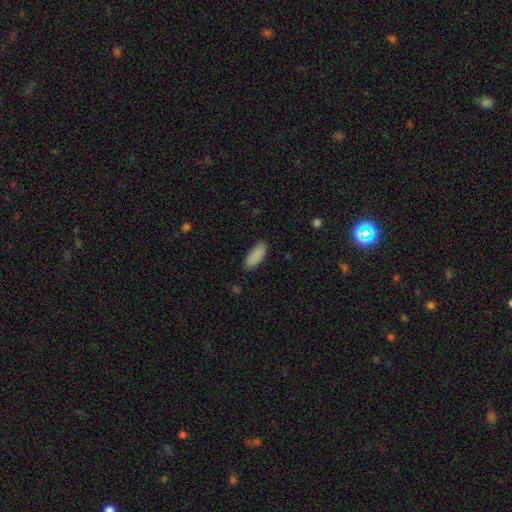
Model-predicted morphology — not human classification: smooth_or_featured: smooth (p=0.89) [alt: star or artifact p=0.06]
how_rounded: in between (p=0.81) [alt: cigar-shaped p=0.17]
merging: none (p=0.85) [alt: minor disturbance p=0.11]